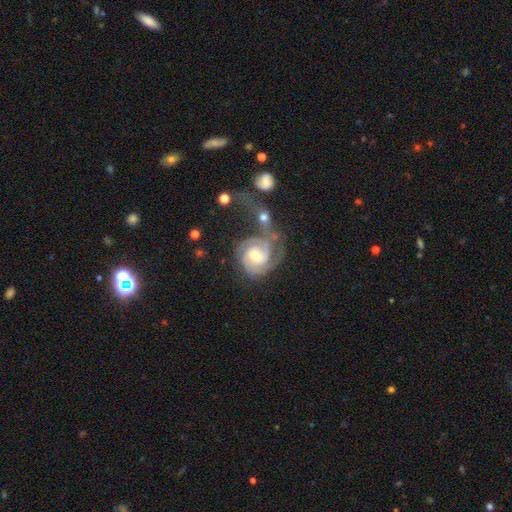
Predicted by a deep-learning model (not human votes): Smooth or featured? Predicted: featured or disk (p=0.85). Edge-on disk? Predicted: no (p=0.98). Bar? Predicted: weak (p=0.45). Spiral arms? Predicted: yes (p=0.97). Spiral winding? Predicted: tight (p=0.60). Spiral arm count? Predicted: 2 (p=0.45). Bulge size? Predicted: moderate (p=0.65). Merging? Predicted: none (p=0.37).